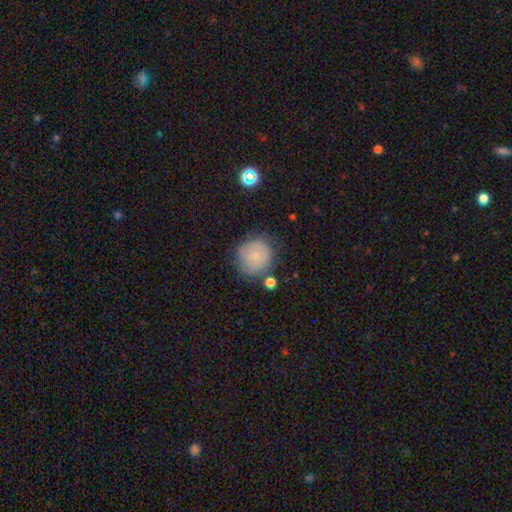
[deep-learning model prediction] Overall: smooth (75%). How rounded: round (89%). Merging: none (67%).